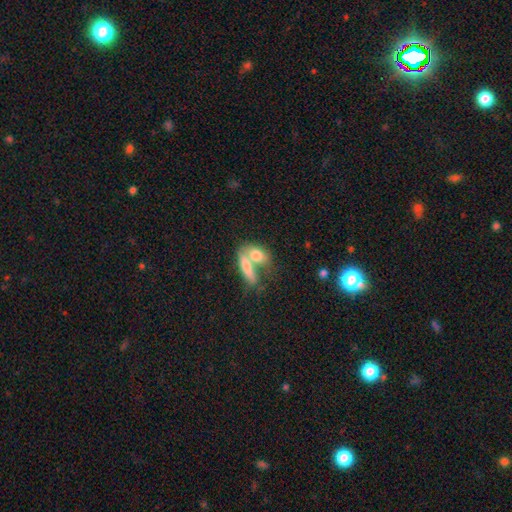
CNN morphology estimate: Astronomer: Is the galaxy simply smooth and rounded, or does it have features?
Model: smooth — 73%.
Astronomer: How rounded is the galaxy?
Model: in between — 75%.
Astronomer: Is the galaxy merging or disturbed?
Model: merger — 65%.